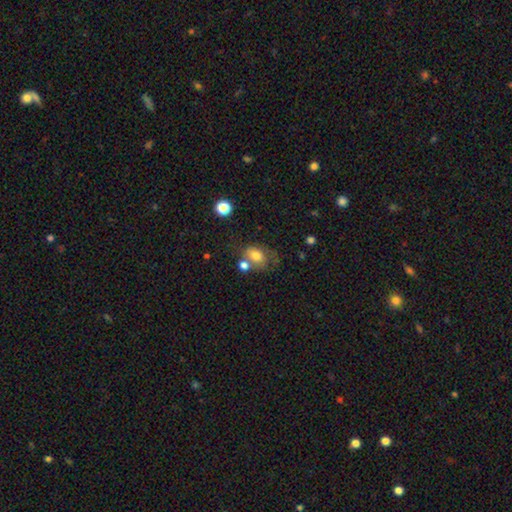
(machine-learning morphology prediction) smooth_or_featured: smooth (p=0.72) [alt: featured or disk p=0.18]
how_rounded: in between (p=0.68) [alt: round p=0.31]
merging: none (p=0.37) [alt: merger p=0.27]